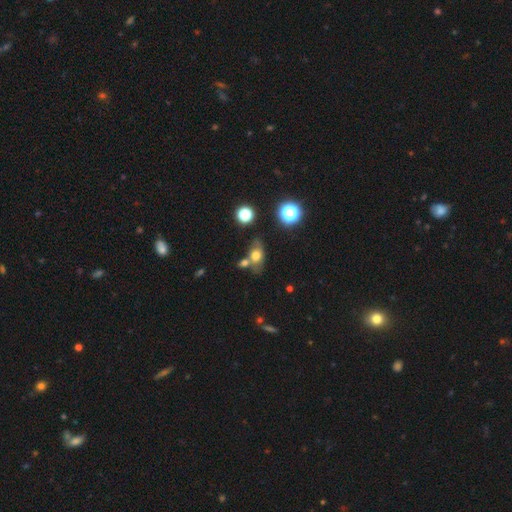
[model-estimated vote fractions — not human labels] smooth 67%, featured or disk 19%, star or artifact 14%. Down the decision tree: how rounded — in between (71%); merging — none (54%).